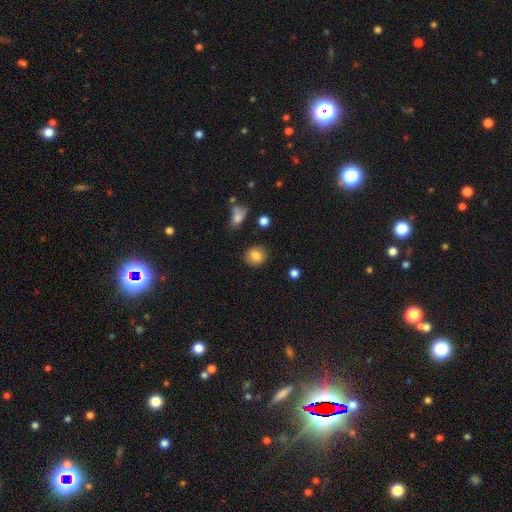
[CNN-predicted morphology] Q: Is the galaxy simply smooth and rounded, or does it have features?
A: smooth — 84%.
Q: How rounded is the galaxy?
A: round — 81%.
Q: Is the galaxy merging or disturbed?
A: none — 87%.